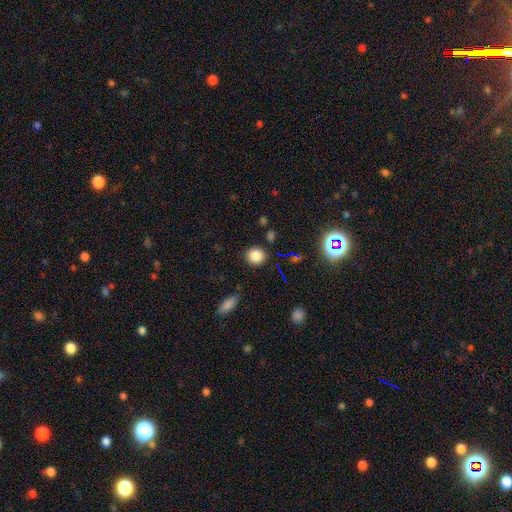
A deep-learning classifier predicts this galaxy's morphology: This appears to be a smooth galaxy with no disk features (81%) that is round (85%). Merging: none (87%).